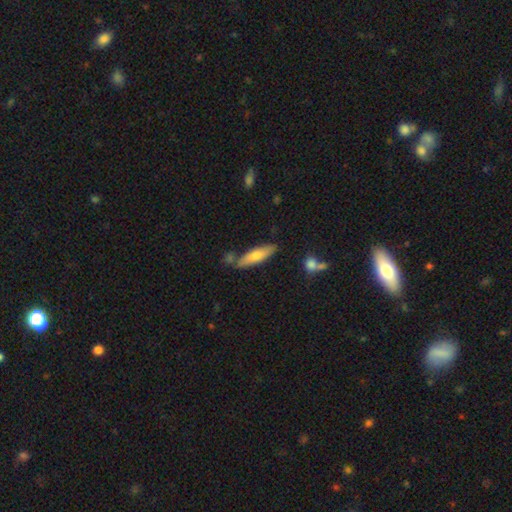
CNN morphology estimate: This is likely a smooth galaxy (66%). How rounded: likely cigar-shaped (66%). Merging: likely none (72%).